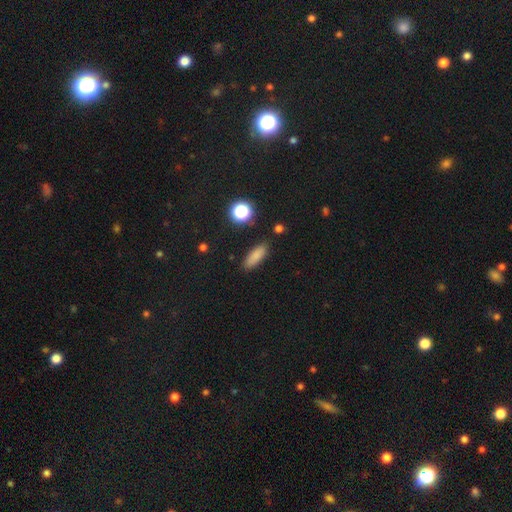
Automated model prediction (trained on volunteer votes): Overall: smooth (82%). How rounded: in between (58%; cigar-shaped 38%). Merging: none (86%).